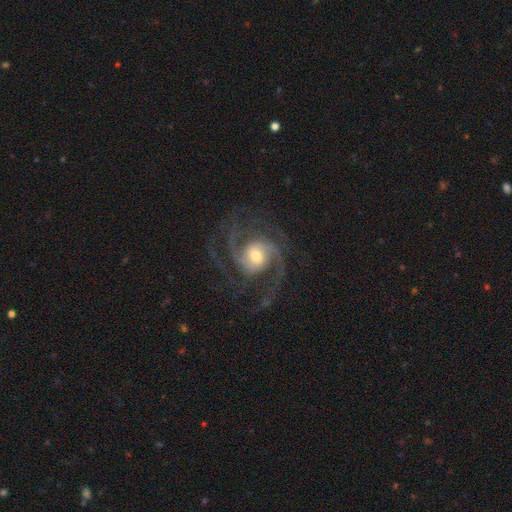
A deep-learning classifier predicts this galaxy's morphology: Overall: featured or disk (93%). Edge-on disk: no (98%). Bar: no (57%; weak 31%). Spiral arms: yes (99%). Spiral arm count: 3 (37%; 2 32%). Spiral winding: medium (53%; tight 35%). Bulge size: moderate (55%; small 29%). Merging: none (72%).